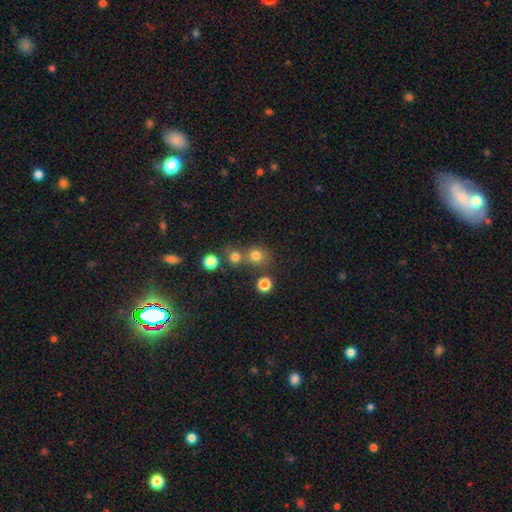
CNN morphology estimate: This is likely a smooth galaxy (74%). How rounded: clearly round (82%). Merging: possibly none (56%).